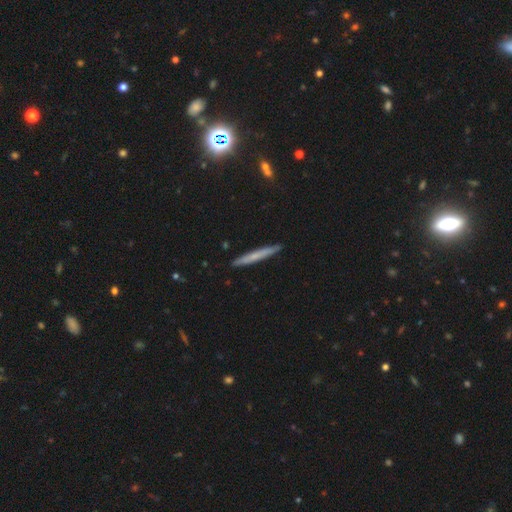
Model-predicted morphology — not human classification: Smooth or featured? smooth (54%)
How rounded? cigar-shaped (96%)
Merging? none (90%)